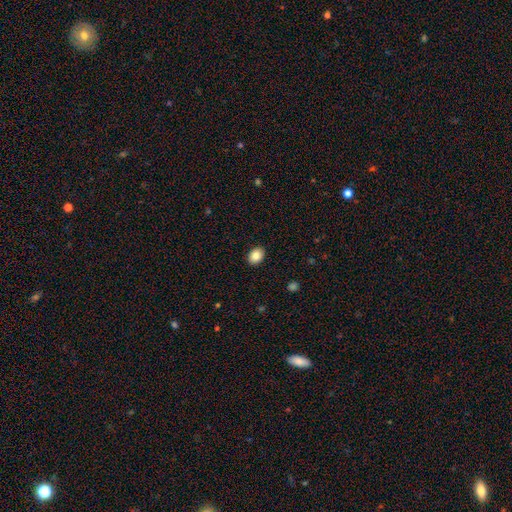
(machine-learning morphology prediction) A smooth galaxy with no disk features (85%) that is in between round and cigar-shaped (66%). Merging: none (90%).